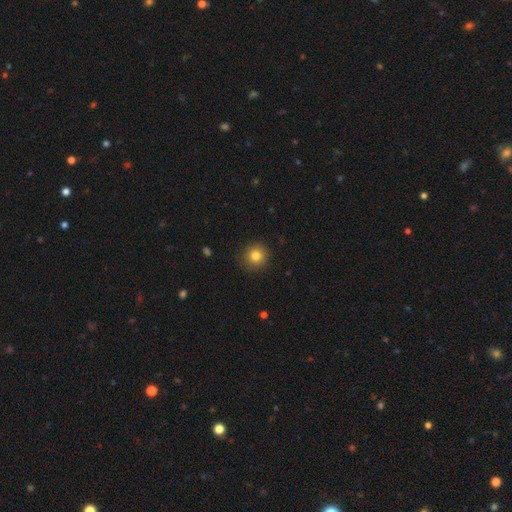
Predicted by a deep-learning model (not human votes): Morphology: type=smooth (82%); roundness=round (94%); merging=none (91%).